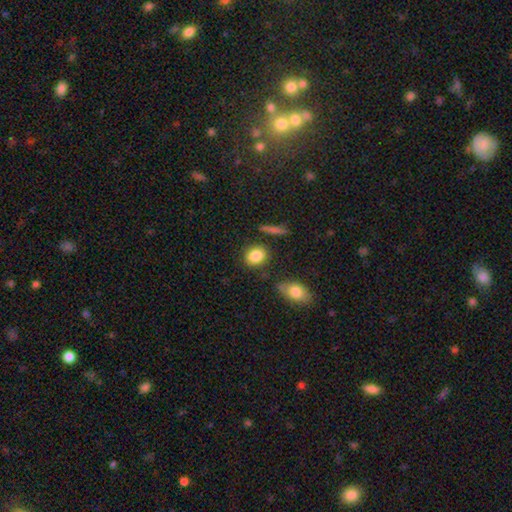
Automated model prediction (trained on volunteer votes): smooth 85%, star or artifact 8%, featured or disk 6%. Down the decision tree: how rounded — in between (49%); merging — none (81%).